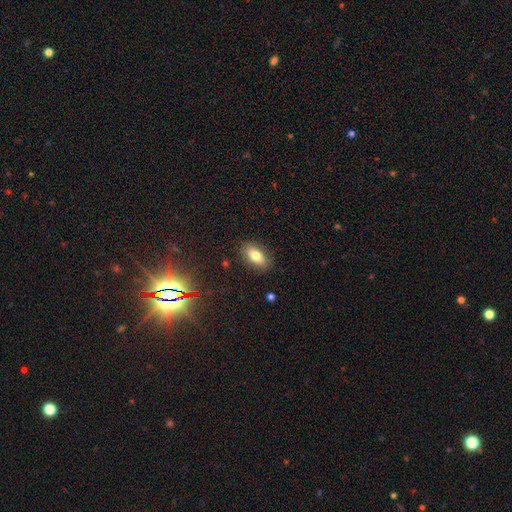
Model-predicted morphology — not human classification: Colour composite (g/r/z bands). It shows a smooth galaxy with no disk features (75%) that is in between round and cigar-shaped (90%). Merging: none (86%).